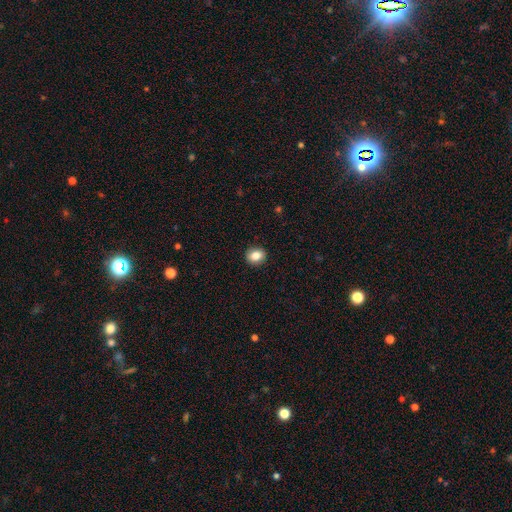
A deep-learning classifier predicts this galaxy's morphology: A smooth galaxy with no disk features (84%) that is round (68%).

Vote fractions:
- Smooth or featured? smooth: 84% / star or artifact: 9% / featured or disk: 6%
- How rounded? round: 68% / in between: 31% / cigar-shaped: 1%
- Merging? none: 91% / minor disturbance: 6% / major disturbance: 2% / merger: 1%